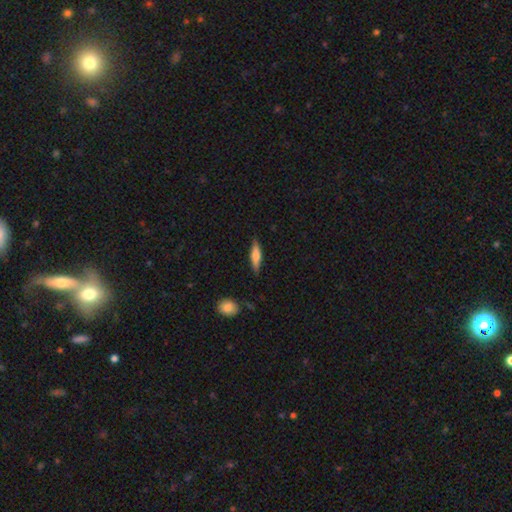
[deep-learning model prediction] Morphology: type=smooth (58%); roundness=cigar-shaped (71%); merging=none (86%).